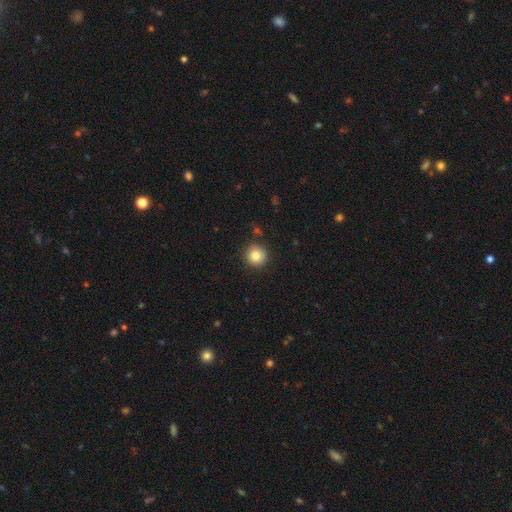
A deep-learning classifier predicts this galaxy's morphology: Q: Smooth or featured?
A: smooth (82%); runner-up: star or artifact (10%)
Q: How rounded?
A: round (94%); runner-up: in between (5%)
Q: Merging?
A: none (87%); runner-up: minor disturbance (9%)